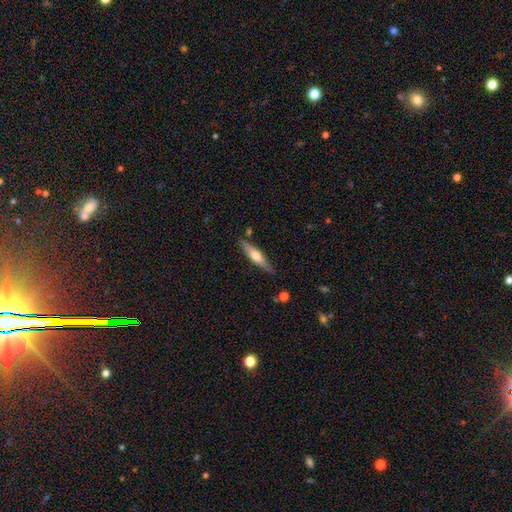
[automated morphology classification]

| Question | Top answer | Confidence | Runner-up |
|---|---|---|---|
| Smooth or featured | smooth | 48% | featured or disk (46%) |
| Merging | none | 83% | minor disturbance (12%) |